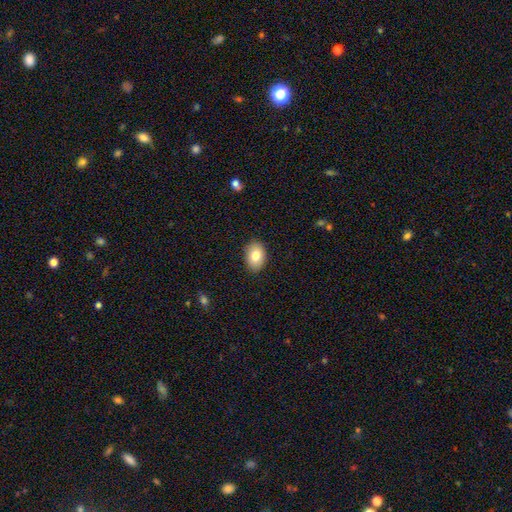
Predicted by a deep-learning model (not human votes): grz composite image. It shows a smooth galaxy with no disk features (81%) that is in between round and cigar-shaped (82%). Merging: none (89%).